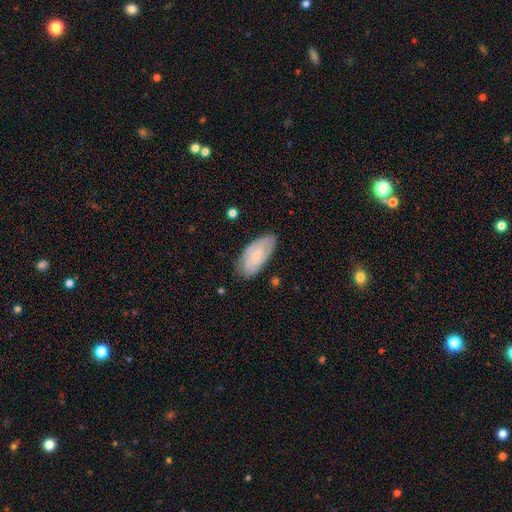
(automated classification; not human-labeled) Smooth or featured: featured or disk — 54% (smooth — 39%)
Edge-on disk: no — 92% (yes — 8%)
Merging: none — 76% (minor disturbance — 18%)